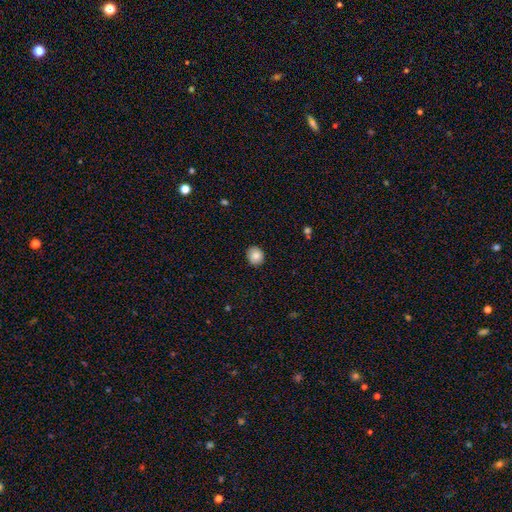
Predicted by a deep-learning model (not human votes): This appears to be a smooth galaxy with no disk features (85%) that is round (81%). Merging: none (89%).